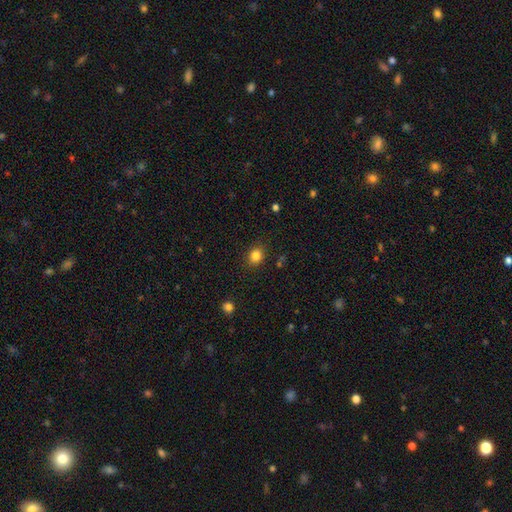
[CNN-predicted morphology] The model was most divided on "how rounded": round: 63%, in between: 36%, cigar-shaped: 1%. More confident: merging — none (87%); smooth or featured — smooth (84%).